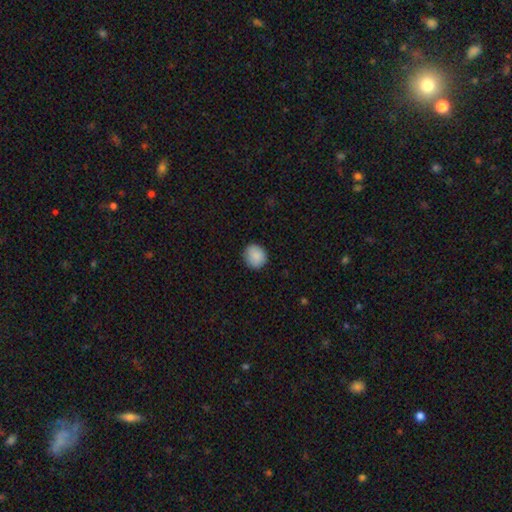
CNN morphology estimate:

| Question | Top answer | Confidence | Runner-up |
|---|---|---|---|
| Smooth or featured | smooth | 89% | star or artifact (8%) |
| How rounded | round | 82% | in between (17%) |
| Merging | none | 87% | minor disturbance (10%) |